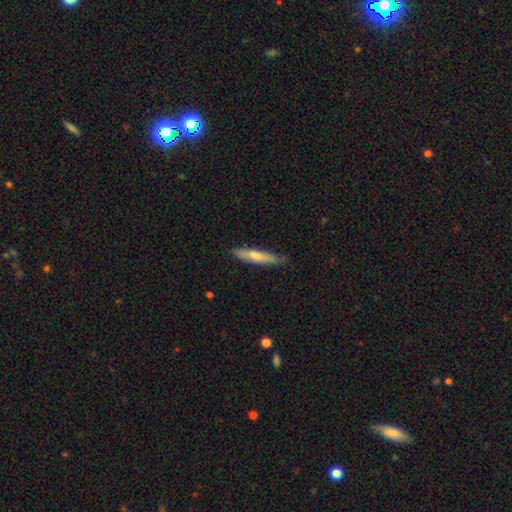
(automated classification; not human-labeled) A smooth galaxy with no disk features (67%) that is cigar-shaped (89%). Merging: none (80%).